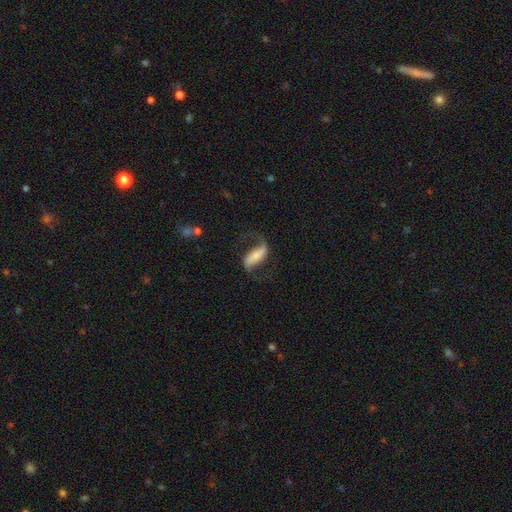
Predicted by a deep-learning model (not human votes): Smooth or featured? Predicted: featured or disk (p=0.80). Edge-on disk? Predicted: no (p=0.94). Bar? Predicted: strong (p=0.55). Spiral arms? Predicted: yes (p=0.94). Spiral winding? Predicted: loose (p=0.75). Spiral arm count? Predicted: 2 (p=0.91). Bulge size? Predicted: small (p=0.45). Merging? Predicted: none (p=0.67).